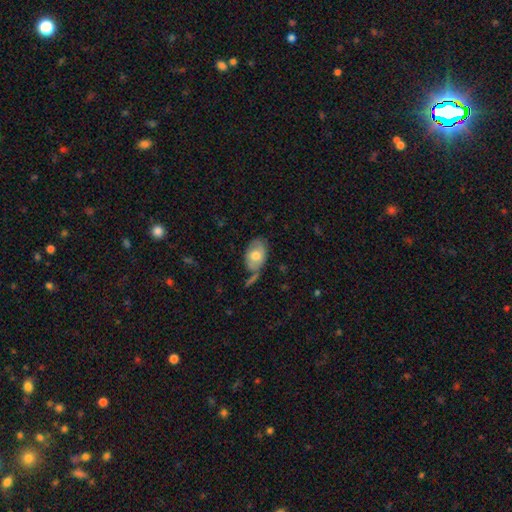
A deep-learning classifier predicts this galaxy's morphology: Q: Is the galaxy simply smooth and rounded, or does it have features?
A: smooth — 70%.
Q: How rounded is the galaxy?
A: in between — 88%.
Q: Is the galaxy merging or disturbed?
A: none — 56%.